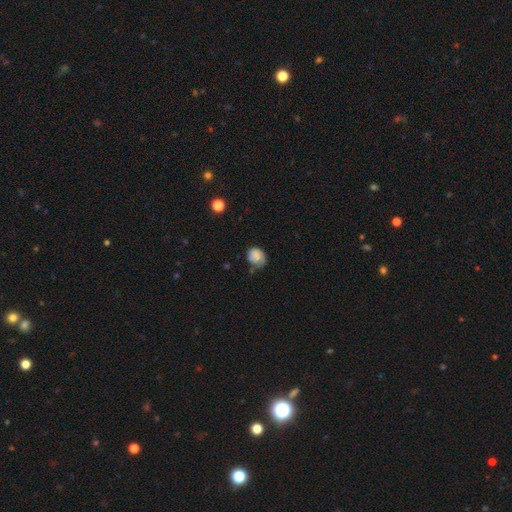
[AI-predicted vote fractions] Smooth or featured? Predicted: smooth (p=0.79). How rounded? Predicted: round (p=0.59). Merging? Predicted: none (p=0.48).